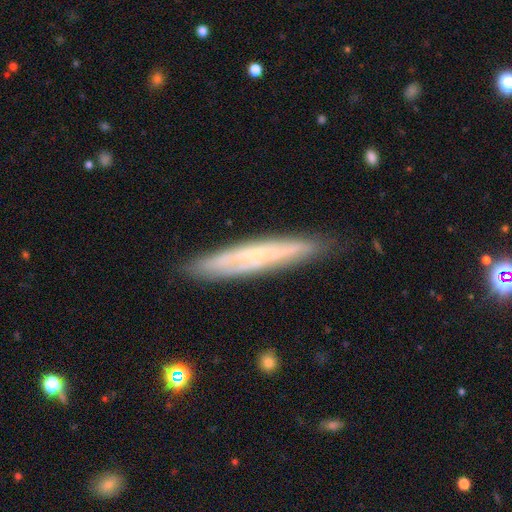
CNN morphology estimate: The model was most divided on "smooth or featured": featured or disk: 61%, smooth: 33%, star or artifact: 7%. More confident: merging — none (83%); edge-on disk — yes (78%).